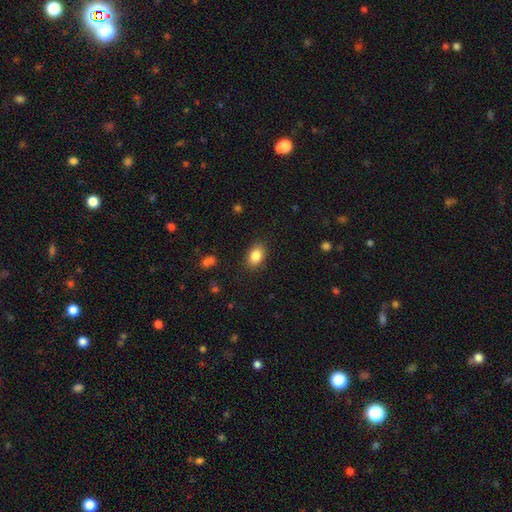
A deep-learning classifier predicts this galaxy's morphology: type=smooth (85%); roundness=in between (81%); merging=none (87%).